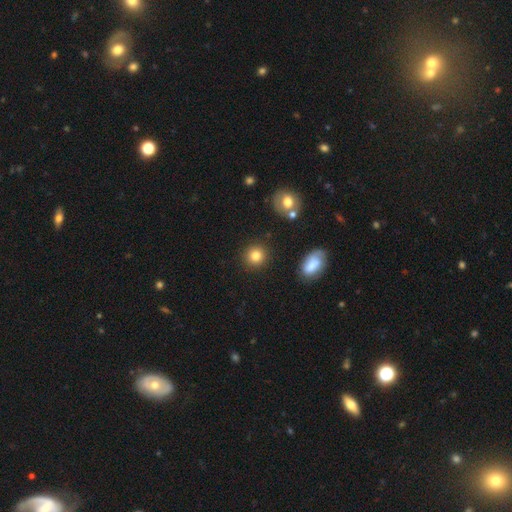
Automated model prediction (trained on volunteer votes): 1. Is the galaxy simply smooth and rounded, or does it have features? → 83% smooth, 11% star or artifact, 7% featured or disk.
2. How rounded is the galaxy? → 91% round, 8% in between, 1% cigar-shaped.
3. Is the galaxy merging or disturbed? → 89% none, 6% minor disturbance, 2% major disturbance, 2% merger.